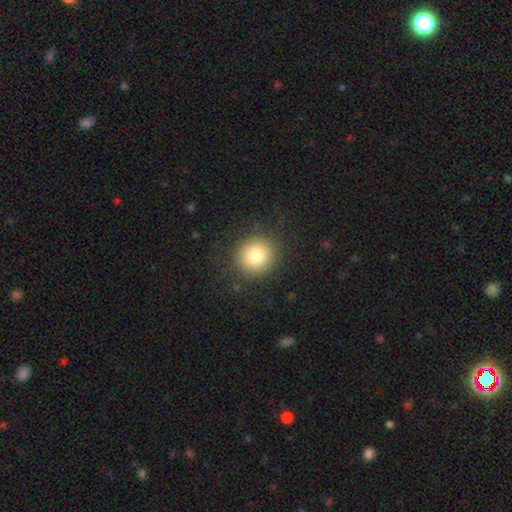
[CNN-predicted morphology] A smooth galaxy with no disk features (80%) that is round (91%).

Vote fractions:
- Smooth or featured? smooth: 80% / star or artifact: 11% / featured or disk: 9%
- How rounded? round: 91% / in between: 8% / cigar-shaped: 1%
- Merging? none: 88% / minor disturbance: 7% / major disturbance: 3% / merger: 1%